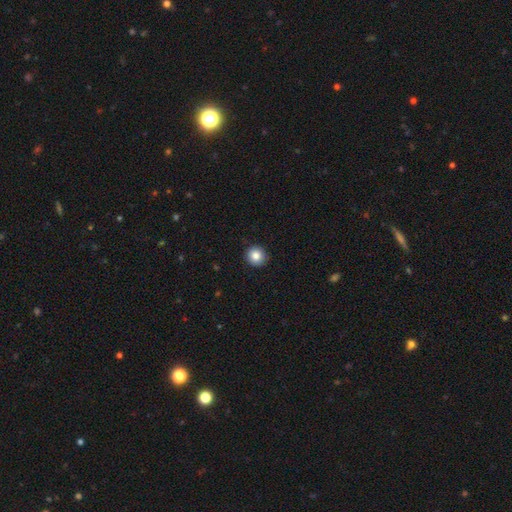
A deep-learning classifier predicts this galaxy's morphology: Smooth or featured: smooth — 84% (star or artifact — 9%)
How rounded: round — 93% (in between — 6%)
Merging: none — 92% (minor disturbance — 6%)